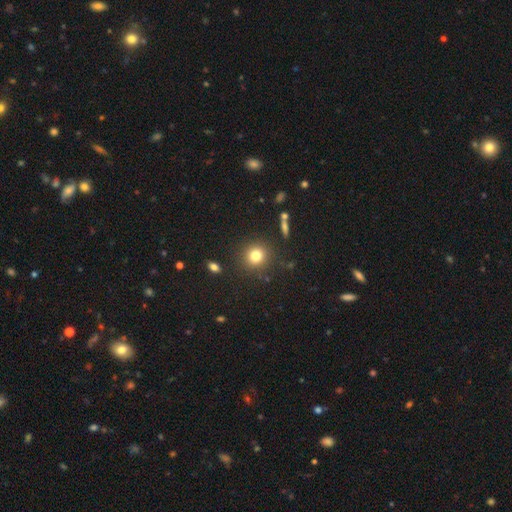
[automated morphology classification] Smooth or featured?
  - smooth: 80% *
  - star or artifact: 13%
  - featured or disk: 8%
How rounded?
  - round: 89% *
  - in between: 10%
  - cigar-shaped: 1%
Merging?
  - none: 88% *
  - minor disturbance: 7%
  - major disturbance: 3%
  - merger: 2%